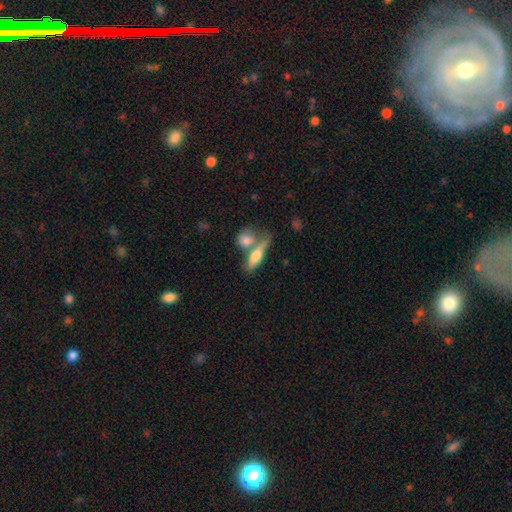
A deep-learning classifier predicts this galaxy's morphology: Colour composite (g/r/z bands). It shows a smooth galaxy with no disk features (61%) that is cigar-shaped (49%). Merging: none (43%).